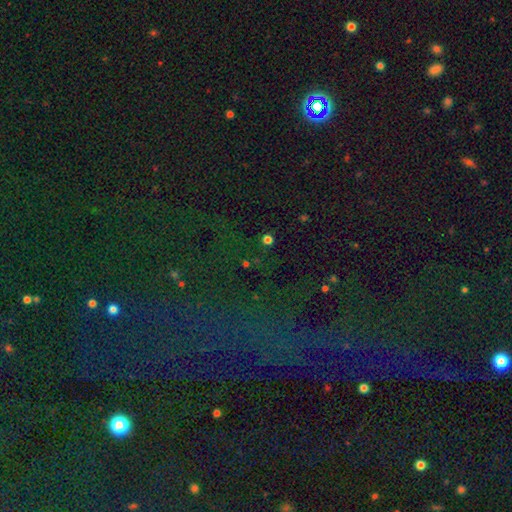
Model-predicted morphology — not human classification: This appears to be a star or artifact, not a galaxy (78%).